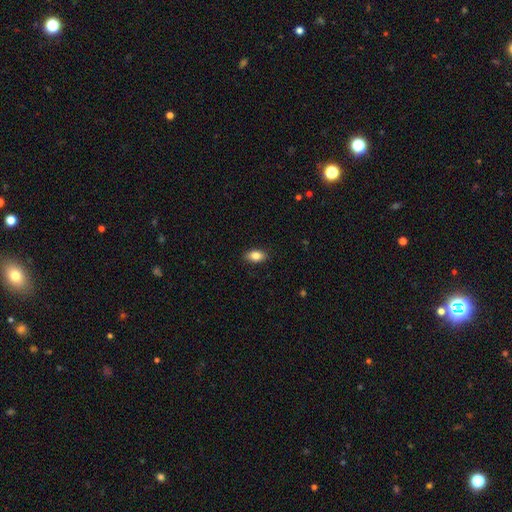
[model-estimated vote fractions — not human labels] Smooth or featured? smooth (83%)
How rounded? in between (89%)
Merging? none (88%)